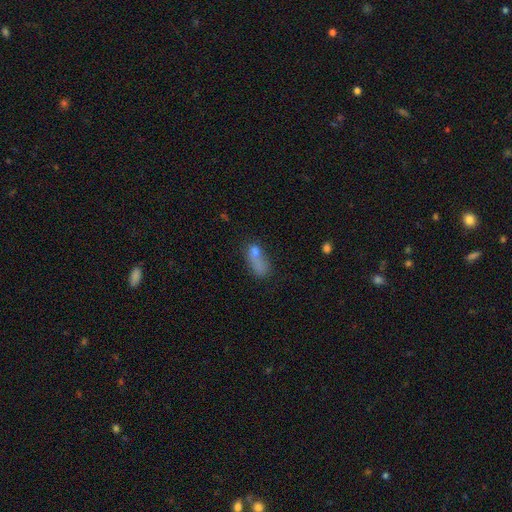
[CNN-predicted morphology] A smooth galaxy with no disk features (70%) that is in between round and cigar-shaped (75%).

Vote fractions:
- Smooth or featured? smooth: 70% / featured or disk: 17% / star or artifact: 13%
- How rounded? in between: 75% / cigar-shaped: 13% / round: 12%
- Merging? merger: 32% / none: 27% / major disturbance: 22% / minor disturbance: 19%